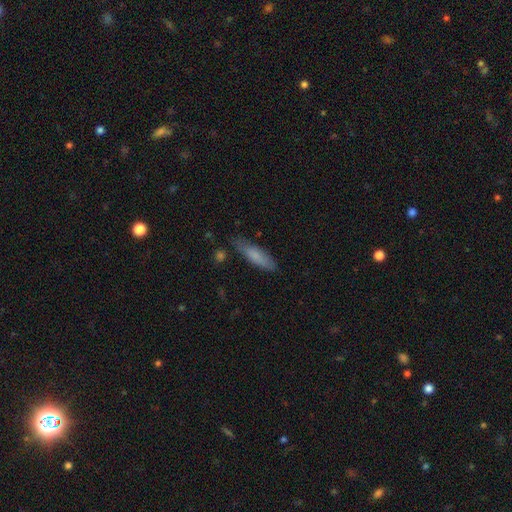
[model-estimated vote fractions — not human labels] Overall: smooth (76%). How rounded: cigar-shaped (63%; in between 35%). Merging: none (72%).